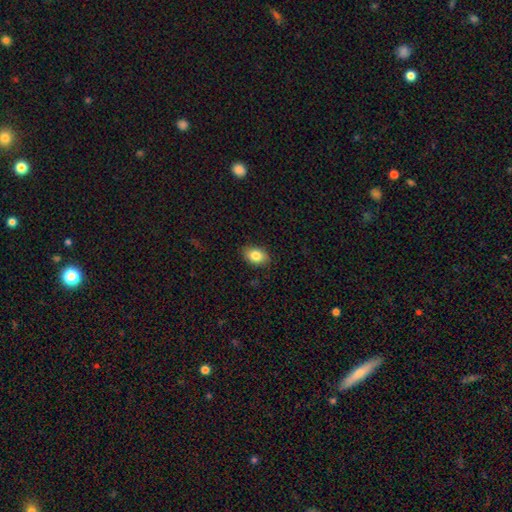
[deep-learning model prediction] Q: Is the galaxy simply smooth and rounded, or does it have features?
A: smooth — 83%.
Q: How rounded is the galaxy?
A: in between — 82%.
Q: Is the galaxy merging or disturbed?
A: none — 87%.